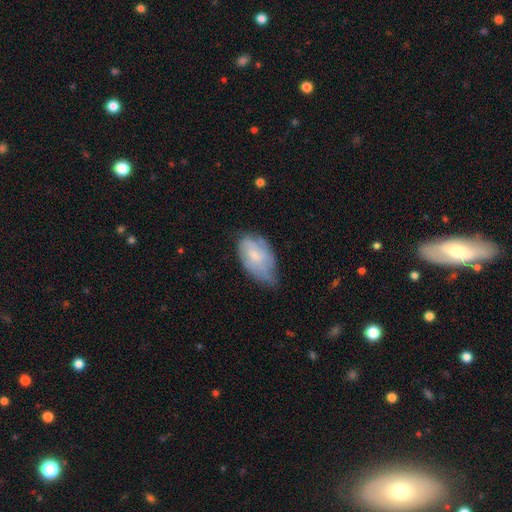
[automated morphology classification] Overall: smooth (53%; featured or disk 40%). How rounded: in between (93%). Merging: minor disturbance (45%; none 40%).